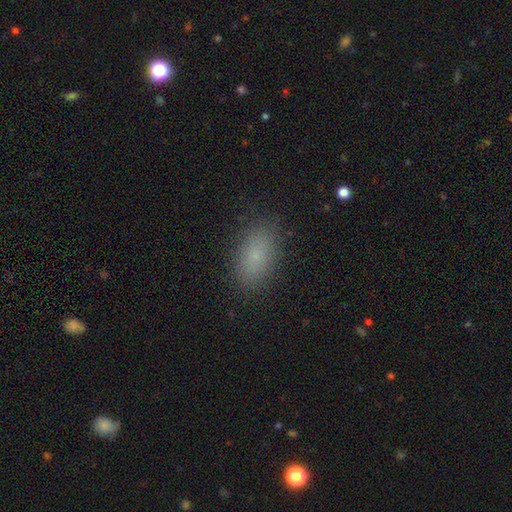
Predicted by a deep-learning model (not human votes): Smooth or featured: smooth — 78% (star or artifact — 12%)
How rounded: in between — 89% (round — 7%)
Merging: none — 86% (minor disturbance — 10%)